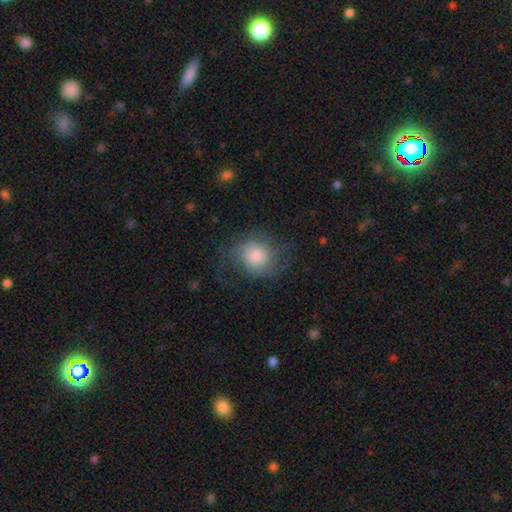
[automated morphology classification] This appears to be a smooth galaxy with no disk features (60%) that is round (69%). Merging: none (59%).